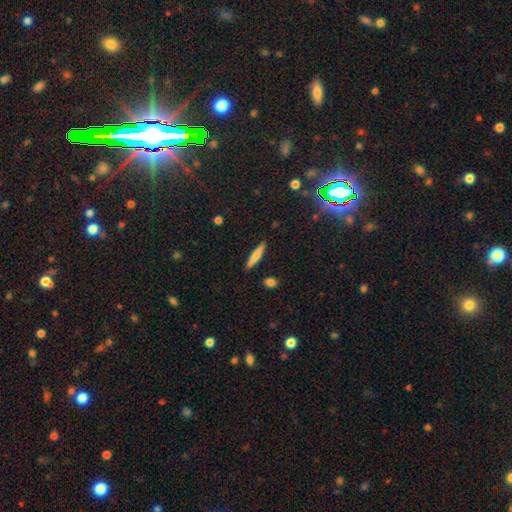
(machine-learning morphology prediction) smooth_or_featured: smooth (p=0.68) [alt: featured or disk p=0.25]
how_rounded: cigar-shaped (p=0.90) [alt: in between p=0.09]
merging: none (p=0.90) [alt: minor disturbance p=0.07]